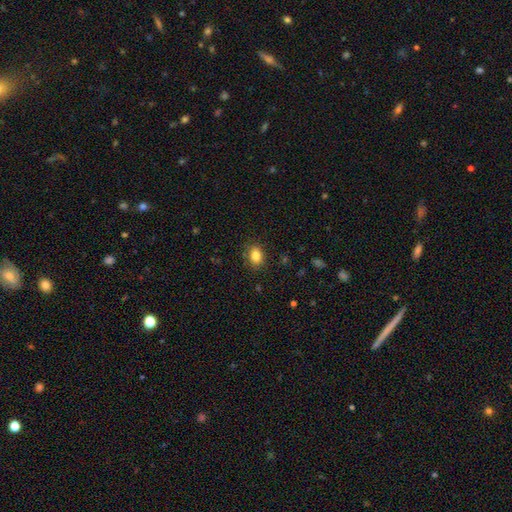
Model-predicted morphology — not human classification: This appears to be a smooth galaxy with no disk features (84%) that is in between round and cigar-shaped (73%). Merging: none (85%).